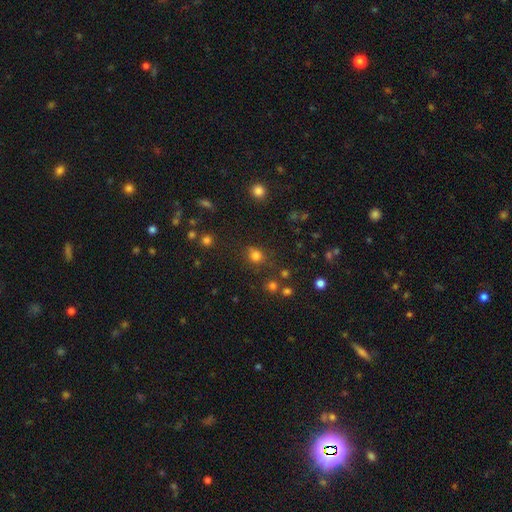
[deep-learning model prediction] Smooth or featured?
  - smooth: 78% *
  - star or artifact: 17%
  - featured or disk: 6%
How rounded?
  - round: 78% *
  - in between: 21%
  - cigar-shaped: 1%
Merging?
  - none: 75% *
  - minor disturbance: 14%
  - merger: 6%
  - major disturbance: 5%